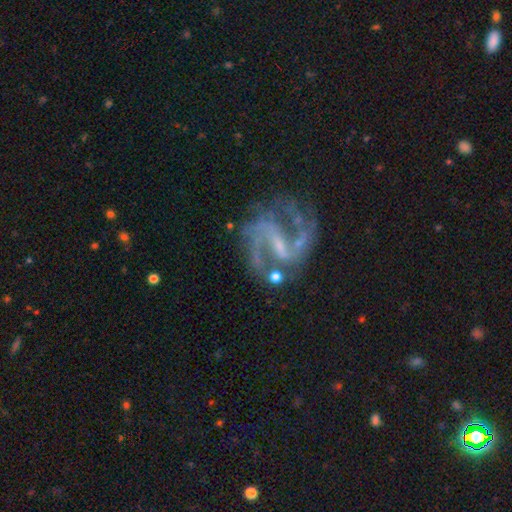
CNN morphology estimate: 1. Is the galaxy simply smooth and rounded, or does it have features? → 89% featured or disk, 8% star or artifact, 4% smooth.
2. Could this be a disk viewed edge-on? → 98% no, 2% yes.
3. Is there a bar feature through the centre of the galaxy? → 43% strong (tied), 43% weak (tied), 14% no.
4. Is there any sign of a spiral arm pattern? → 96% yes, 4% no.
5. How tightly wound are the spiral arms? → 51% medium, 35% loose, 13% tight.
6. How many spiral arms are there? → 85% 2, 5% 3, 4% can't tell, 2% 1, 2% 4, 2% more than 4.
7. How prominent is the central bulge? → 53% small, 33% none, 12% moderate, 1% large, 1% dominant.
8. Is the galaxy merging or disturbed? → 63% none, 17% minor disturbance, 14% major disturbance, 6% merger.